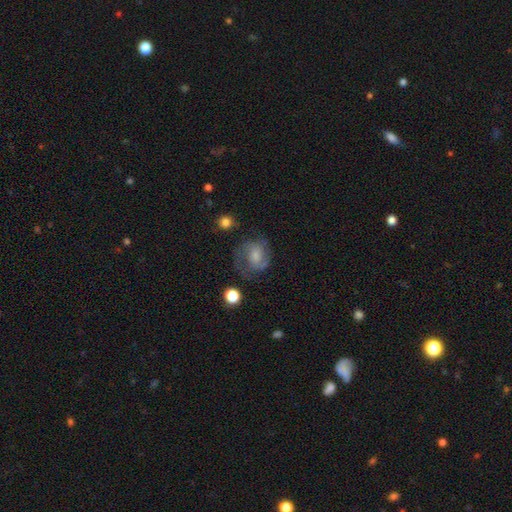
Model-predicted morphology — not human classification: A featured or disk galaxy (56%) with no bar (59%), spiral arms (84%) and a small central bulge (35%).

Vote fractions:
- Smooth or featured? featured or disk: 56% / smooth: 35% / star or artifact: 9%
- Edge-on disk? no: 98% / yes: 2%
- Bar? no: 59% / weak: 35% / strong: 6%
- Spiral arms? yes: 84% / no: 16%
- Bulge size? small: 35% / moderate: 33% / none: 19% / large: 11% / dominant: 2%
- Merging? none: 55% / minor disturbance: 22% / major disturbance: 20% / merger: 3%